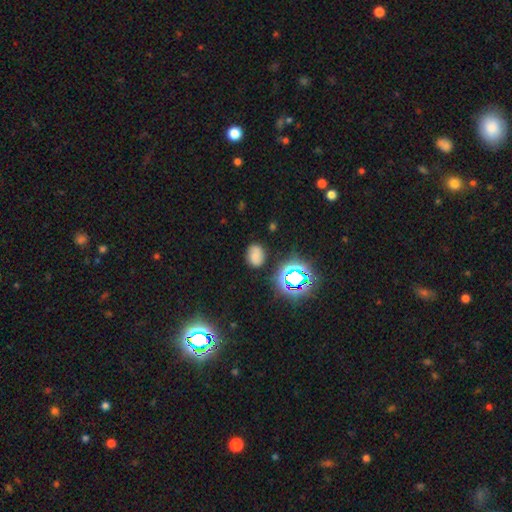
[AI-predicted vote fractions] Q: Smooth or featured?
A: smooth (63%); runner-up: star or artifact (23%)
Q: How rounded?
A: in between (60%); runner-up: round (39%)
Q: Merging?
A: none (74%); runner-up: minor disturbance (17%)